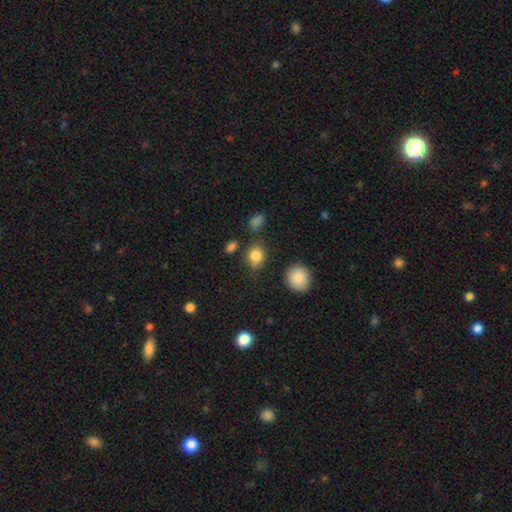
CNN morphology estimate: Overall: smooth (84%). How rounded: round (55%; in between 44%). Merging: none (77%).